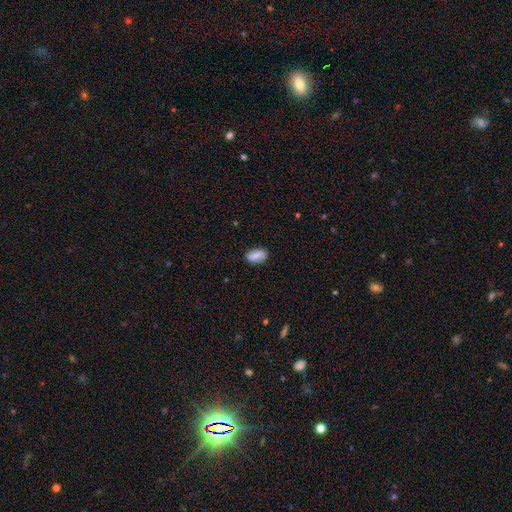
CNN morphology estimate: A smooth galaxy with no disk features (75%) that is in between round and cigar-shaped (87%).

Vote fractions:
- Smooth or featured? smooth: 75% / featured or disk: 16% / star or artifact: 8%
- How rounded? in between: 87% / round: 8% / cigar-shaped: 4%
- Merging? none: 78% / minor disturbance: 16% / major disturbance: 4% / merger: 2%